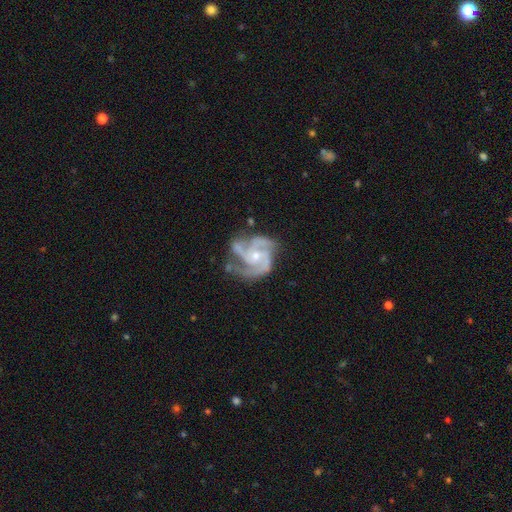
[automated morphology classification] Smooth or featured: featured or disk — 92% (star or artifact — 4%)
Edge-on disk: no — 98% (yes — 2%)
Bar: no — 70% (weak — 24%)
Spiral arms: yes — 98% (no — 2%)
Spiral winding: medium — 50% (tight — 43%)
Spiral arm count: 3 — 69% (4 — 15%)
Bulge size: small — 56% (moderate — 40%)
Merging: none — 65% (minor disturbance — 22%)